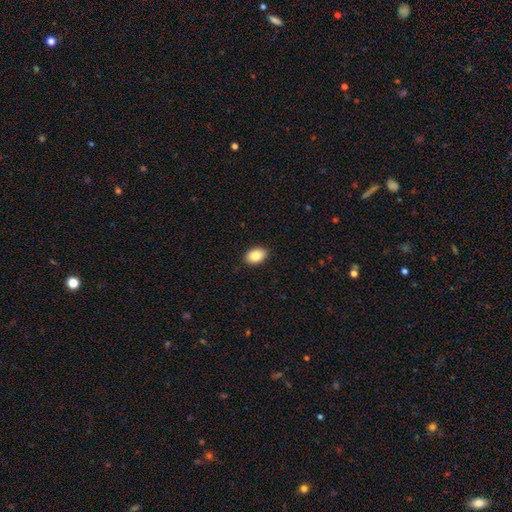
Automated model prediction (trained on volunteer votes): smooth_or_featured: smooth (p=0.87) [alt: star or artifact p=0.08]
how_rounded: in between (p=0.83) [alt: round p=0.16]
merging: none (p=0.88) [alt: minor disturbance p=0.09]